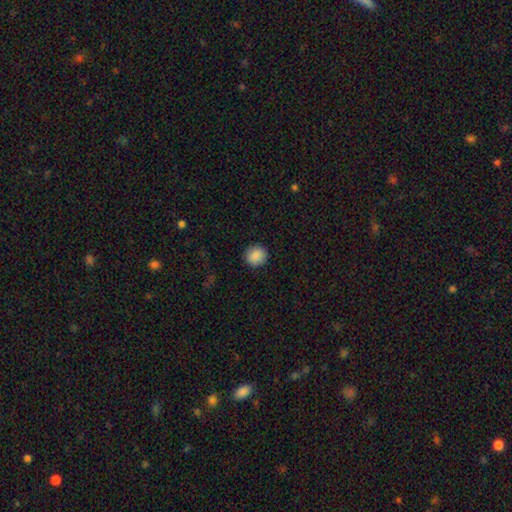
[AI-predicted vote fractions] Overall: smooth (89%). How rounded: round (90%). Merging: none (91%).